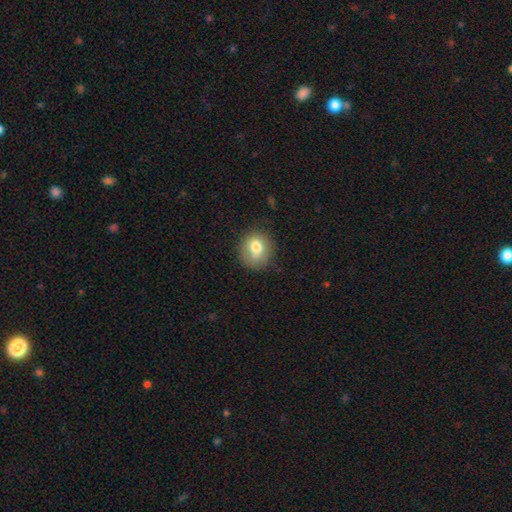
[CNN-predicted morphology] This appears to be a smooth galaxy with no disk features (75%) that is round (77%). Merging: none (76%).